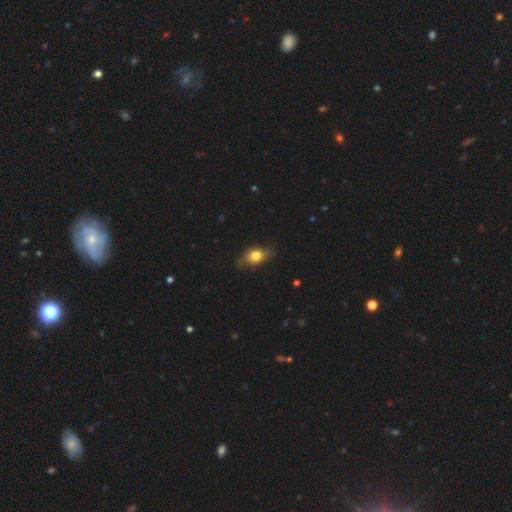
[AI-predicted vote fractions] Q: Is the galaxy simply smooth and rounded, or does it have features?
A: smooth — 78%.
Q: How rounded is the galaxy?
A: in between — 68%.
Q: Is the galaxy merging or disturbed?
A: none — 68%.